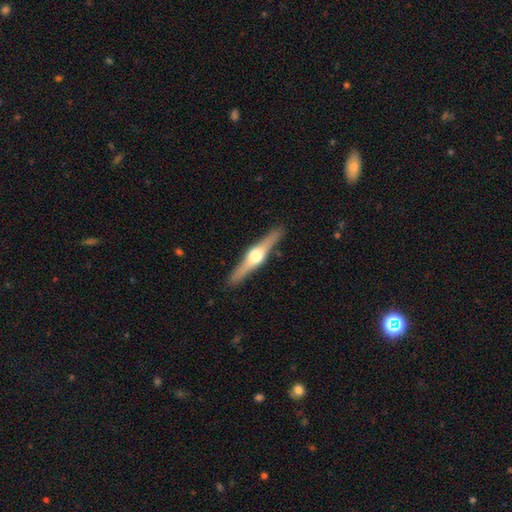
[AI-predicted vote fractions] Smooth or featured: featured or disk — 76% (smooth — 19%)
Edge-on disk: yes — 98% (no — 2%)
Edge-on bulge: rounded — 96% (boxy — 3%)
Merging: none — 90% (minor disturbance — 7%)